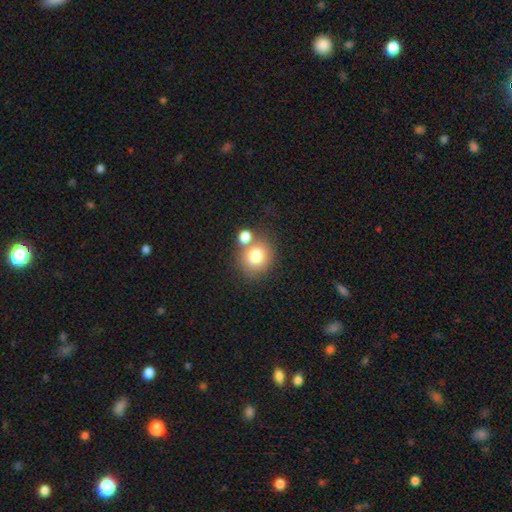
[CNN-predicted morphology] type=smooth (78%); roundness=round (80%); merging=none (56%).